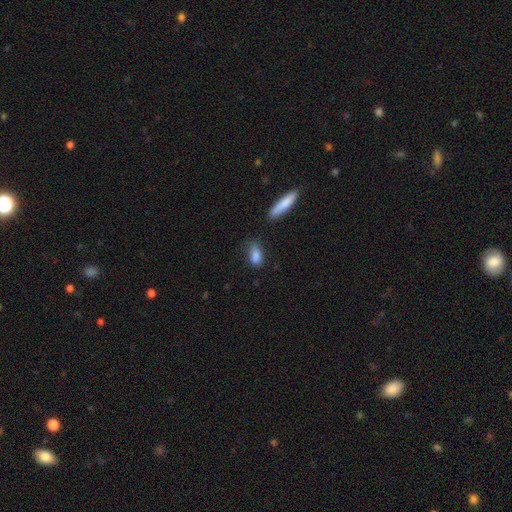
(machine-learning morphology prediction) smooth_or_featured: smooth (p=0.85) [alt: star or artifact p=0.08]
how_rounded: in between (p=0.78) [alt: cigar-shaped p=0.18]
merging: none (p=0.60) [alt: minor disturbance p=0.27]